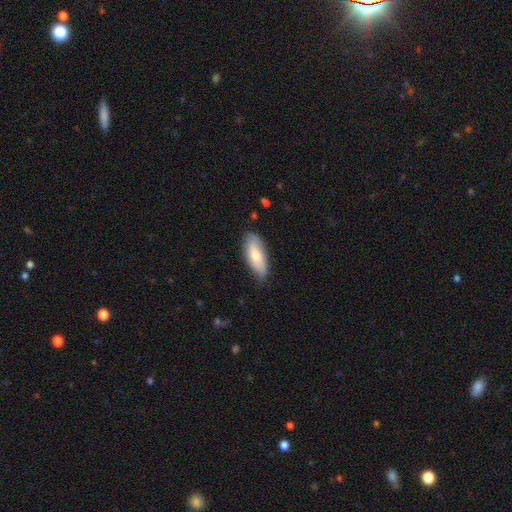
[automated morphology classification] Smooth or featured?
  - smooth: 74% *
  - featured or disk: 20%
  - star or artifact: 5%
How rounded?
  - in between: 77% *
  - cigar-shaped: 21%
  - round: 2%
Merging?
  - none: 73% *
  - minor disturbance: 22%
  - major disturbance: 4%
  - merger: 1%